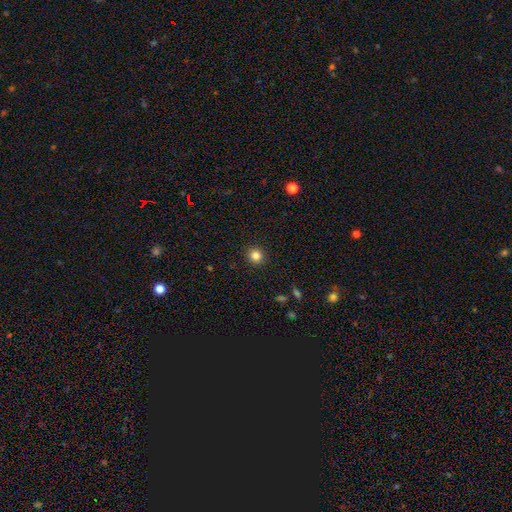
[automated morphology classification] This is clearly a smooth galaxy (83%). How rounded: clearly round (92%). Merging: clearly none (92%).